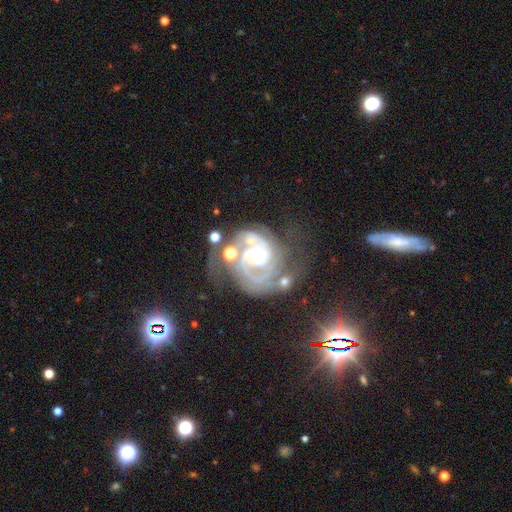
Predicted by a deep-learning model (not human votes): Smooth or featured? Predicted: featured or disk (p=0.88). Edge-on disk? Predicted: no (p=0.98). Bar? Predicted: no (p=0.56). Spiral arms? Predicted: yes (p=0.96). Spiral winding? Predicted: tight (p=0.54). Spiral arm count? Predicted: 2 (p=0.64). Bulge size? Predicted: moderate (p=0.66). Merging? Predicted: none (p=0.43).